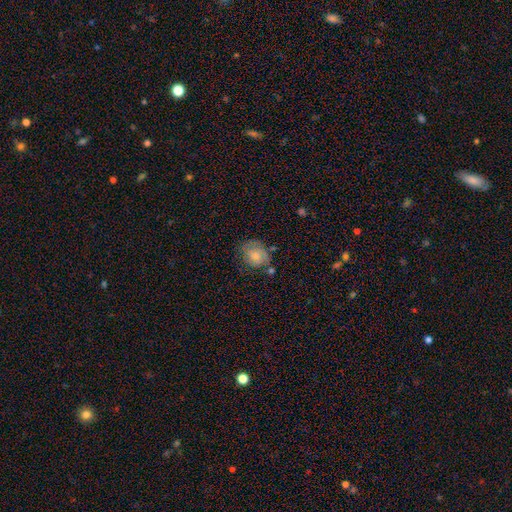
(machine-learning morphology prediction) This appears to be a smooth galaxy with no disk features (64%) that is round (61%). Merging: none (57%).